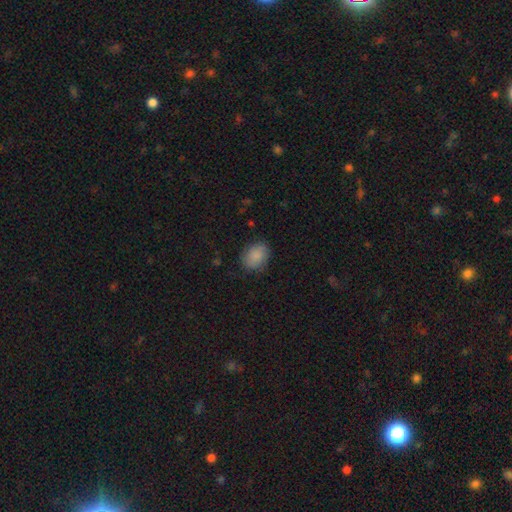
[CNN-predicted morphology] Smooth or featured? smooth (82%)
How rounded? in between (53%)
Merging? none (77%)